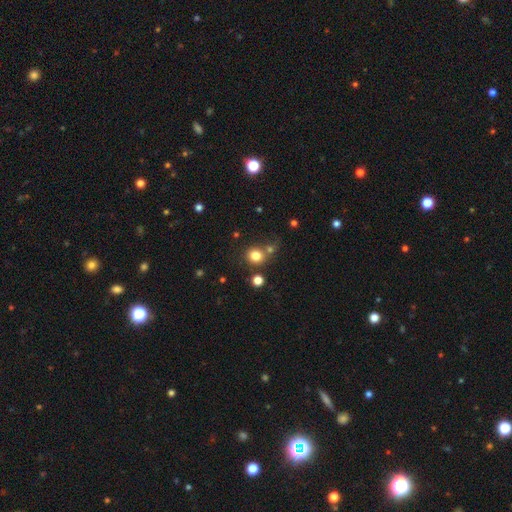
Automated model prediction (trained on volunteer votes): smooth-or-featured: smooth: 80% | star or artifact: 14% | featured or disk: 7%
  how-rounded: round: 87% | in between: 12% | cigar-shaped: 1%
  merging: none: 67% | merger: 19% | minor disturbance: 10% | major disturbance: 4%